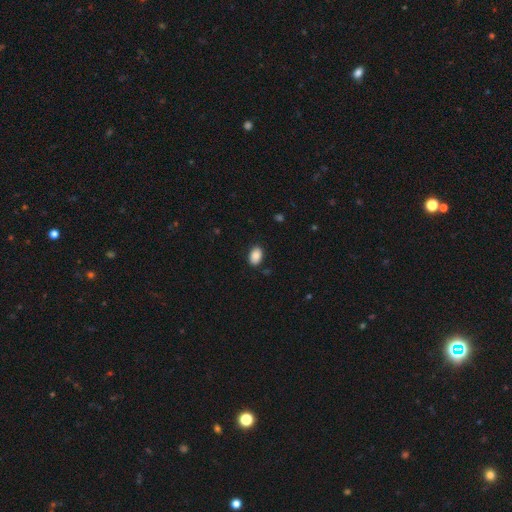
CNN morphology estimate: This is clearly a smooth galaxy (88%). How rounded: clearly in between (87%). Merging: clearly none (86%).